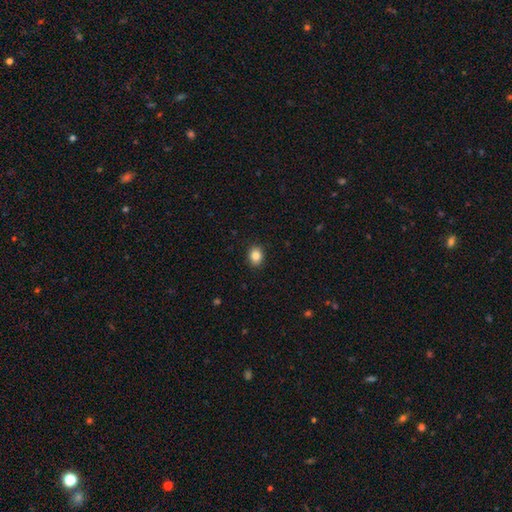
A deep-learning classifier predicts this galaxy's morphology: type=smooth (85%); roundness=round (54%); merging=none (90%).